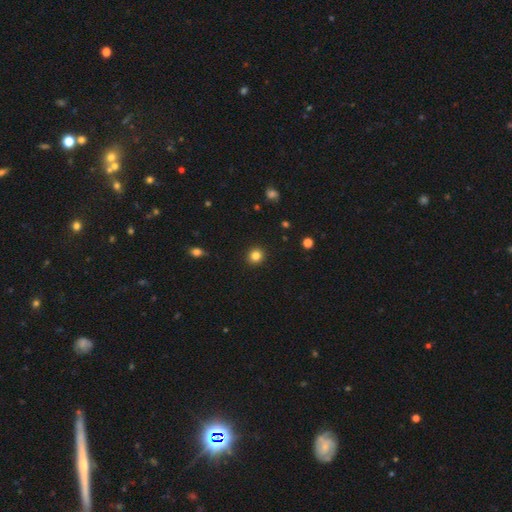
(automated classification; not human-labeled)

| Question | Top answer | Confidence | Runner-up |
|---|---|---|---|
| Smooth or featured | smooth | 83% | star or artifact (11%) |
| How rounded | round | 91% | in between (8%) |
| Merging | none | 92% | minor disturbance (5%) |